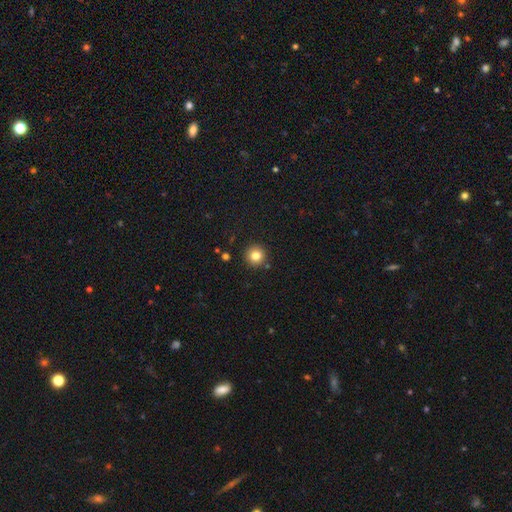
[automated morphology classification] Smooth or featured: smooth — 81% (star or artifact — 12%)
How rounded: round — 95% (in between — 4%)
Merging: none — 90% (minor disturbance — 6%)